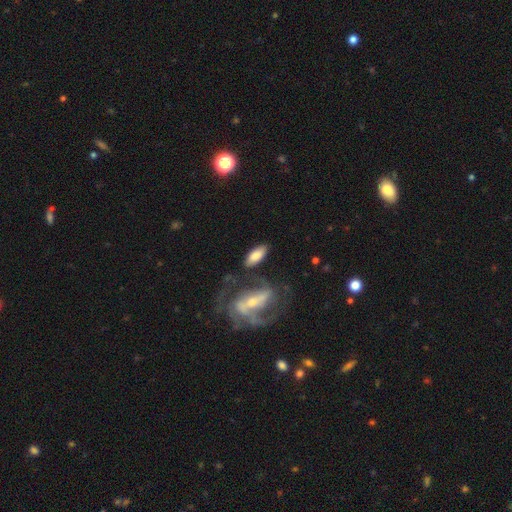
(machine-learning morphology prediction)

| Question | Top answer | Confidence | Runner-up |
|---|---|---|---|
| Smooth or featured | smooth | 71% | featured or disk (23%) |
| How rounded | in between | 80% | cigar-shaped (17%) |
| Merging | none | 68% | minor disturbance (16%) |